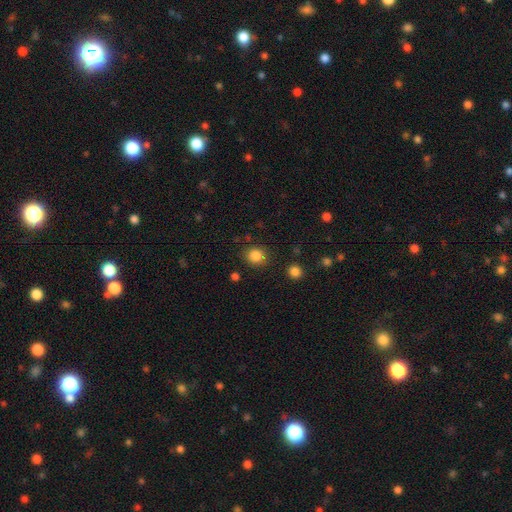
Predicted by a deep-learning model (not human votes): Overall: smooth (84%). How rounded: round (81%). Merging: none (83%).